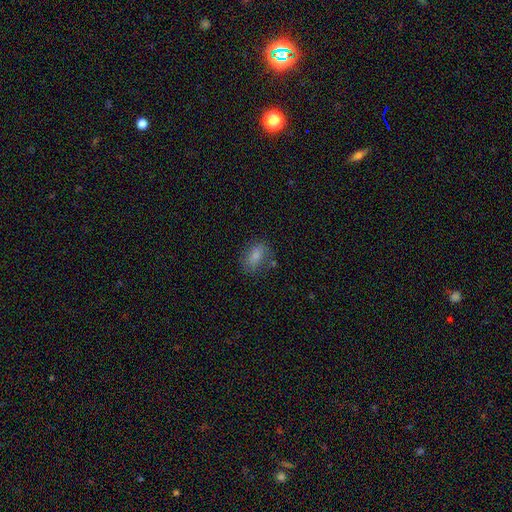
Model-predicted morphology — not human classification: A smooth galaxy with no disk features (79%) that is in between round and cigar-shaped (81%).

Vote fractions:
- Smooth or featured? smooth: 79% / featured or disk: 11% / star or artifact: 9%
- How rounded? in between: 81% / round: 15% / cigar-shaped: 4%
- Merging? none: 71% / minor disturbance: 18% / major disturbance: 6% / merger: 4%